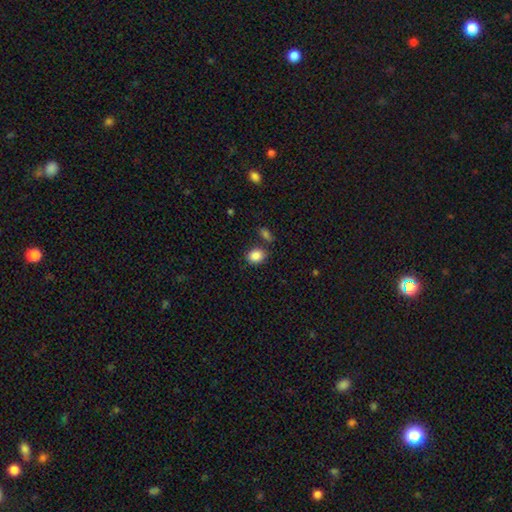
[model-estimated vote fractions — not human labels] Overall: smooth (87%). How rounded: in between (57%; round 42%). Merging: none (73%).